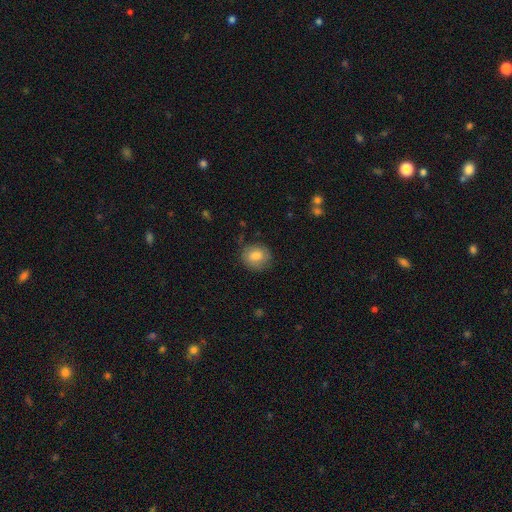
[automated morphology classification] Smooth or featured: smooth — 79% (featured or disk — 13%)
How rounded: round — 76% (in between — 23%)
Merging: none — 79% (minor disturbance — 16%)